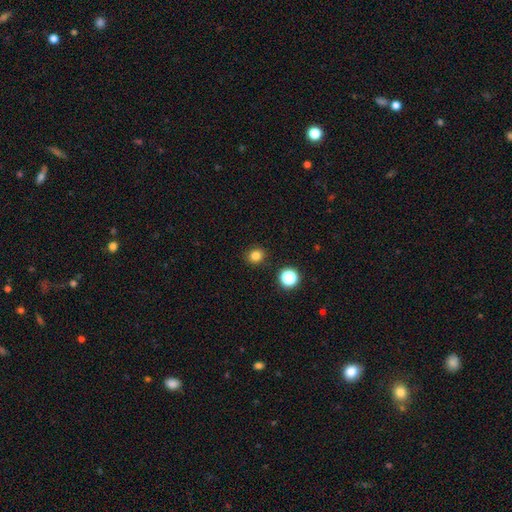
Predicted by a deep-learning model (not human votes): smooth_or_featured: smooth (p=0.81) [alt: star or artifact p=0.15]
how_rounded: round (p=0.81) [alt: in between p=0.18]
merging: none (p=0.89) [alt: minor disturbance p=0.07]